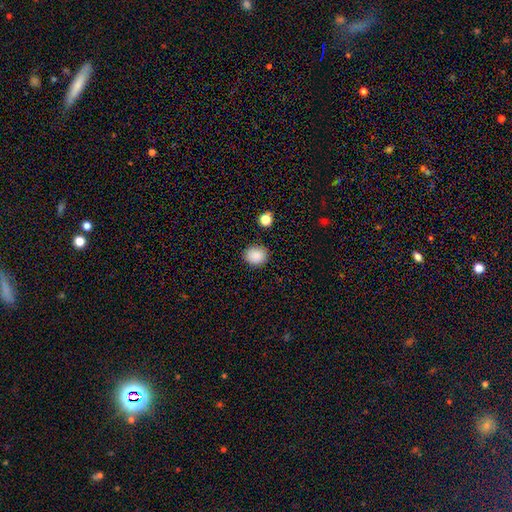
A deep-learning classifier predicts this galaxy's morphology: A smooth galaxy with no disk features (87%) that is round (83%). Merging: none (88%).